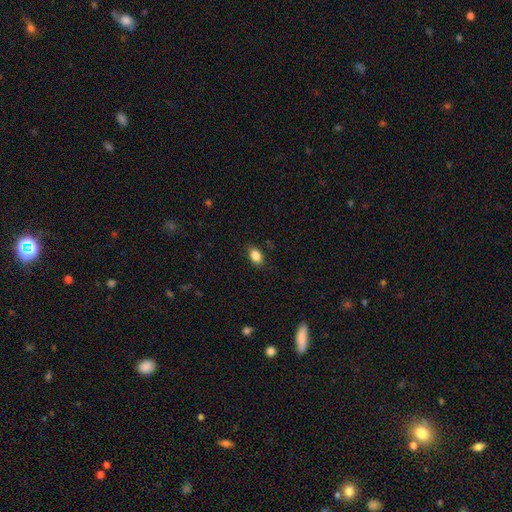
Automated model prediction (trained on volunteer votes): Q: Smooth or featured?
A: smooth (86%); runner-up: star or artifact (9%)
Q: How rounded?
A: in between (85%); runner-up: round (14%)
Q: Merging?
A: none (86%); runner-up: minor disturbance (11%)